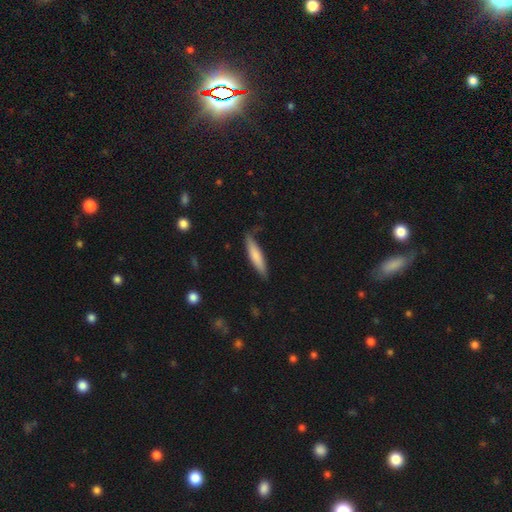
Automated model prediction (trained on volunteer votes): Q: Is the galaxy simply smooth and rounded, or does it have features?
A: smooth — 75%.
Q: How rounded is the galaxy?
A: cigar-shaped — 82%.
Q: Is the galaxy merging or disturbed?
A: none — 71%.